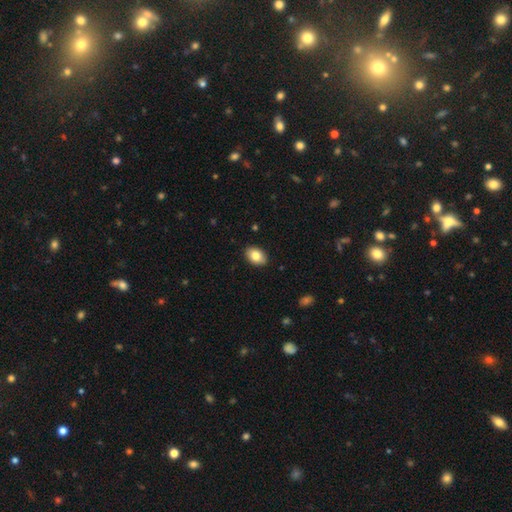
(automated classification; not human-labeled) Morphology: type=smooth (84%); roundness=in between (87%); merging=none (89%).